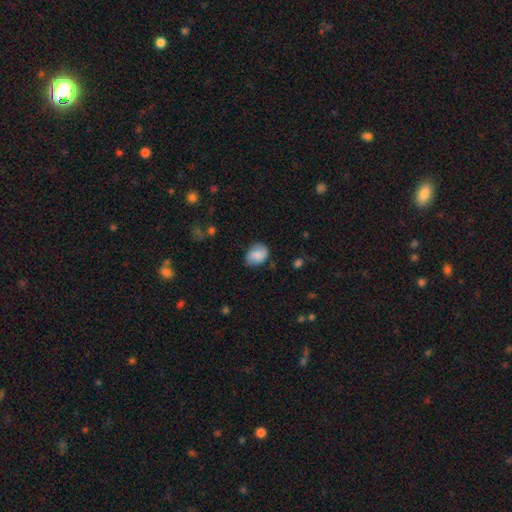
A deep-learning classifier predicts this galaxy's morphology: smooth_or_featured: smooth (p=0.75) [alt: featured or disk p=0.18]
how_rounded: in between (p=0.69) [alt: round p=0.30]
merging: none (p=0.73) [alt: minor disturbance p=0.20]